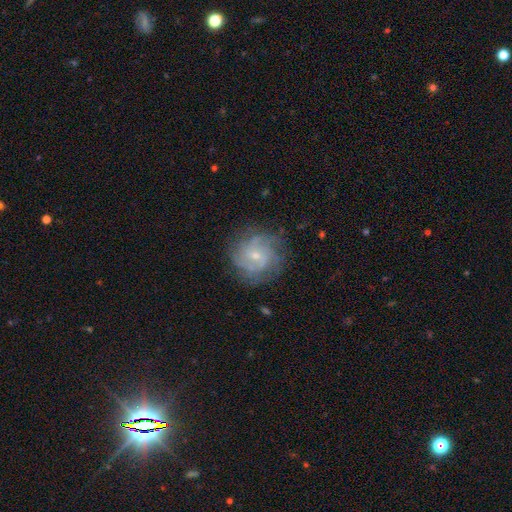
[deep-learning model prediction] This appears to be a featured or disk galaxy (70%) with no bar (67%), tight (54%) spiral arms (87%) and a small central bulge (68%). Merging: none (75%).